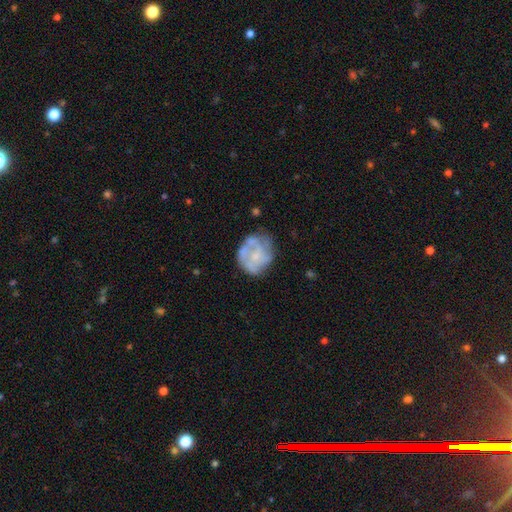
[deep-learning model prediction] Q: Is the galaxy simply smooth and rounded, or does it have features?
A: featured or disk — 65%.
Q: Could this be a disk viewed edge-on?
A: no — 98%.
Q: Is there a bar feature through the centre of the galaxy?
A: no — 78%.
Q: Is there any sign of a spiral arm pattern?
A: yes — 55%.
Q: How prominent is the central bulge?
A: small — 42%.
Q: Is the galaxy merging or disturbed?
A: none — 58%.